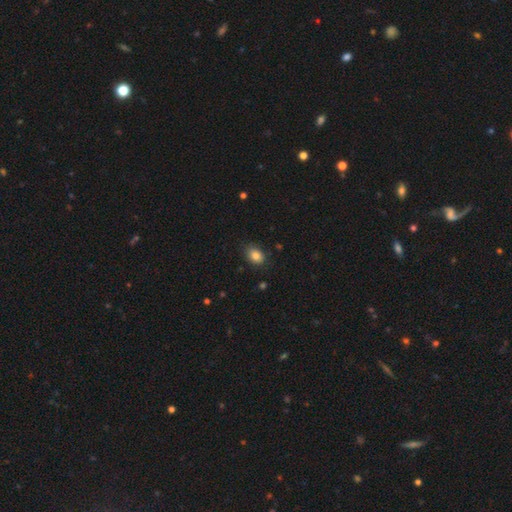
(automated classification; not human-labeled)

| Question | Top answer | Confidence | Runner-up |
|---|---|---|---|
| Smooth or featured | smooth | 84% | star or artifact (10%) |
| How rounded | in between | 71% | round (28%) |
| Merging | none | 80% | minor disturbance (15%) |